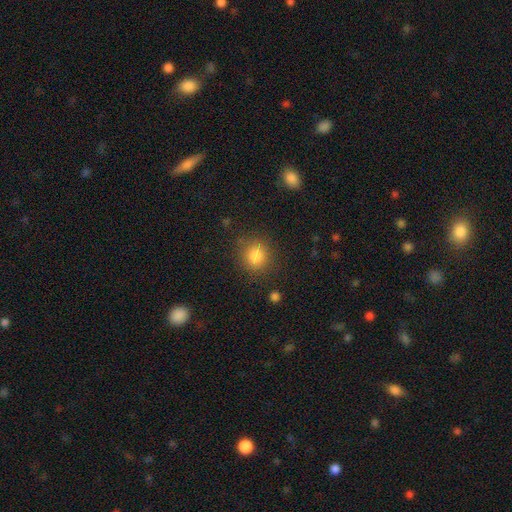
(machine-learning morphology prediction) smooth-or-featured: smooth: 84% | star or artifact: 11% | featured or disk: 5%
  how-rounded: round: 83% | in between: 16% | cigar-shaped: 1%
  merging: none: 84% | minor disturbance: 10% | major disturbance: 4% | merger: 2%